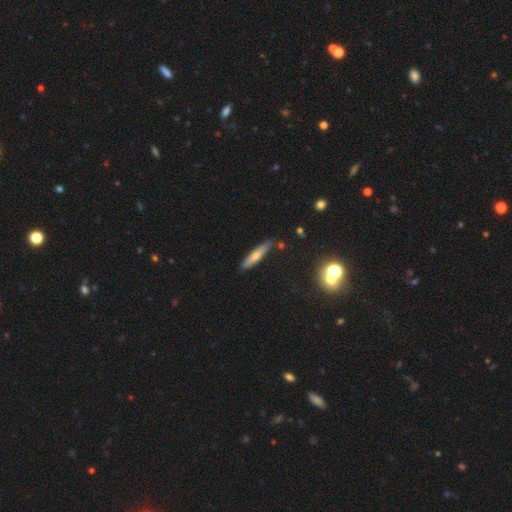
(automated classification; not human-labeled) Smooth or featured: smooth — 57% (featured or disk — 35%)
How rounded: cigar-shaped — 85% (in between — 13%)
Merging: none — 85% (minor disturbance — 11%)